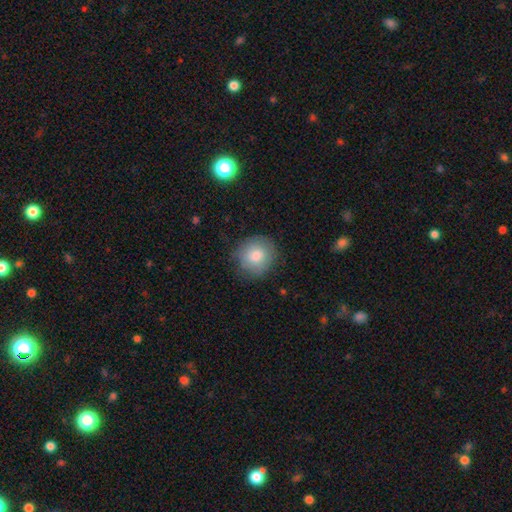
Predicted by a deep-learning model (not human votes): Q: Smooth or featured?
A: smooth (80%); runner-up: featured or disk (12%)
Q: How rounded?
A: round (88%); runner-up: in between (11%)
Q: Merging?
A: none (80%); runner-up: minor disturbance (15%)